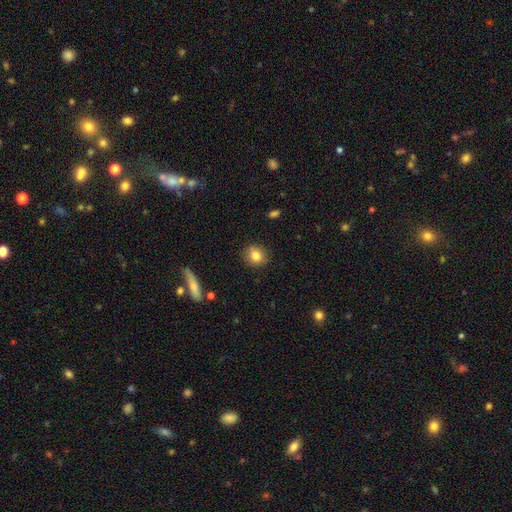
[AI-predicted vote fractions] Overall: smooth (82%). How rounded: round (77%). Merging: none (84%).